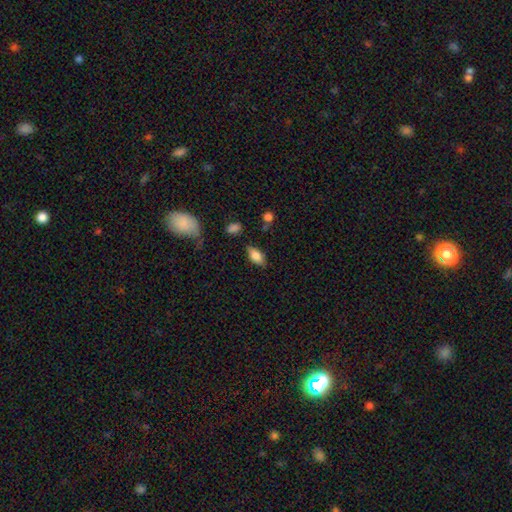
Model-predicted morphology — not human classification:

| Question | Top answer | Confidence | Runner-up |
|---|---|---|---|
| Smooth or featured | smooth | 77% | featured or disk (15%) |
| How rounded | in between | 88% | cigar-shaped (8%) |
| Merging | none | 81% | minor disturbance (14%) |